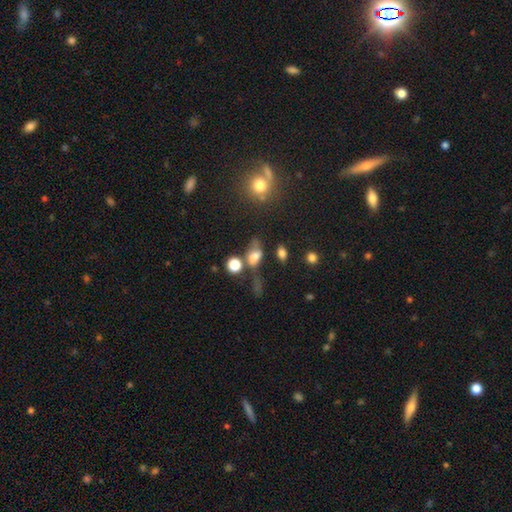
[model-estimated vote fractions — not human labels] smooth 67%, featured or disk 18%, star or artifact 15%. Down the decision tree: how rounded — in between (79%); merging — none (39%).